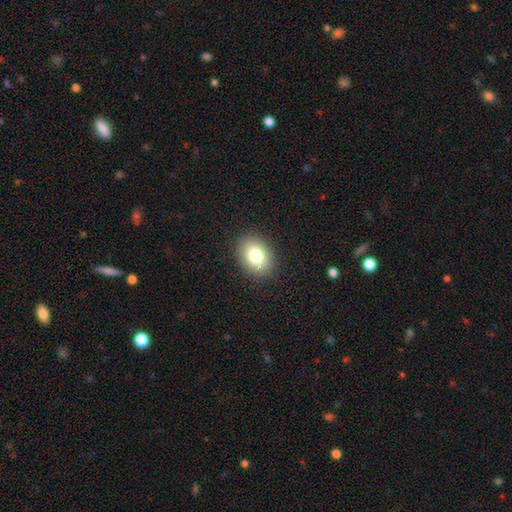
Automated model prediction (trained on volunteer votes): Smooth or featured: smooth — 79% (featured or disk — 11%)
How rounded: in between — 69% (round — 30%)
Merging: none — 88% (minor disturbance — 8%)